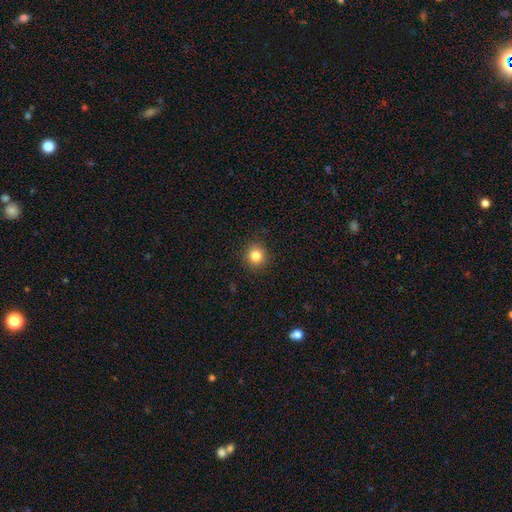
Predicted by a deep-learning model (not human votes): Smooth or featured: smooth — 84% (star or artifact — 11%)
How rounded: round — 91% (in between — 8%)
Merging: none — 91% (minor disturbance — 6%)